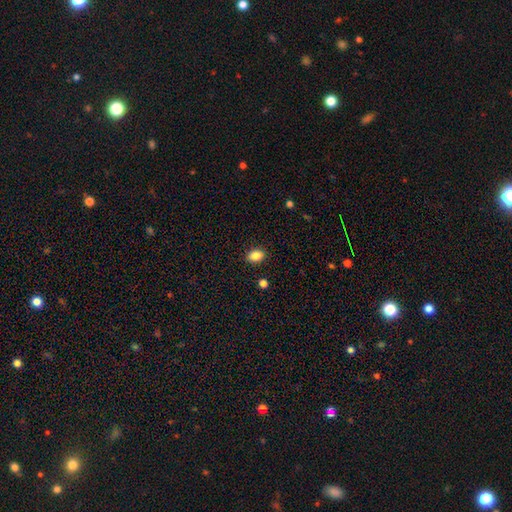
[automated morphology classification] smooth 85%, star or artifact 9%, featured or disk 5%. Down the decision tree: how rounded — in between (73%); merging — none (88%).